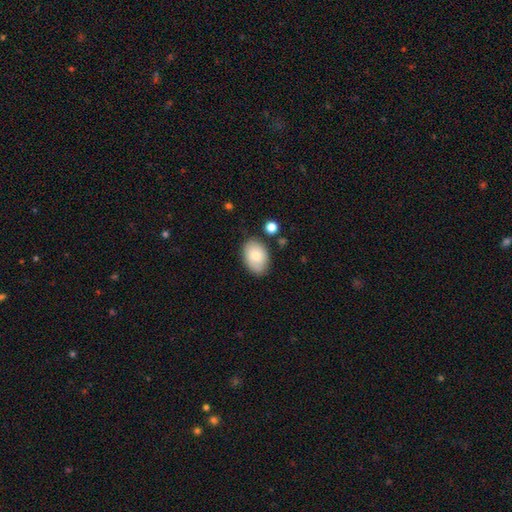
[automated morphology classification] smooth 78%, featured or disk 15%, star or artifact 7%. Down the decision tree: how rounded — in between (86%); merging — none (79%).